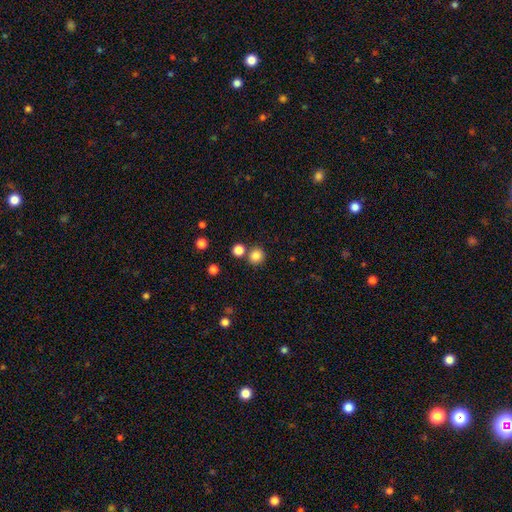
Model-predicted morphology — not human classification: smooth 83%, star or artifact 12%, featured or disk 5%. Down the decision tree: how rounded — round (92%); merging — none (79%).